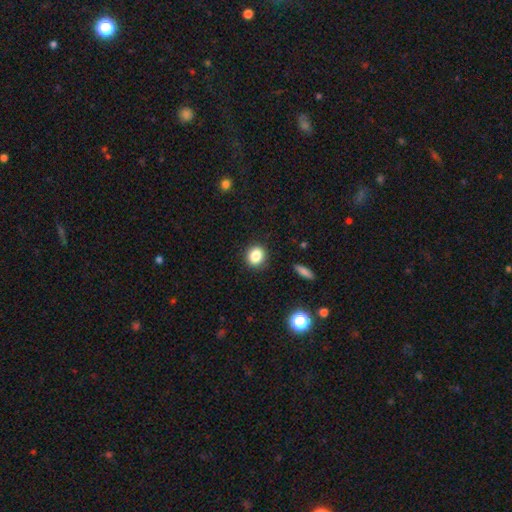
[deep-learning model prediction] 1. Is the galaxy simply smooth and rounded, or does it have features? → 85% smooth, 10% star or artifact, 5% featured or disk.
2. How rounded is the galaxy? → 70% round, 29% in between, 1% cigar-shaped.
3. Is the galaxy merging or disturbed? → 88% none, 8% minor disturbance, 2% major disturbance, 1% merger.